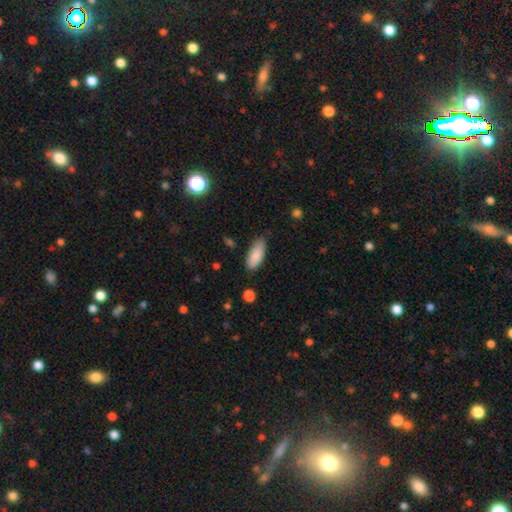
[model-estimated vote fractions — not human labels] The model was most divided on "merging": none: 76%, minor disturbance: 19%, major disturbance: 3%, merger: 2%. More confident: smooth or featured — smooth (88%); how rounded — in between (79%).